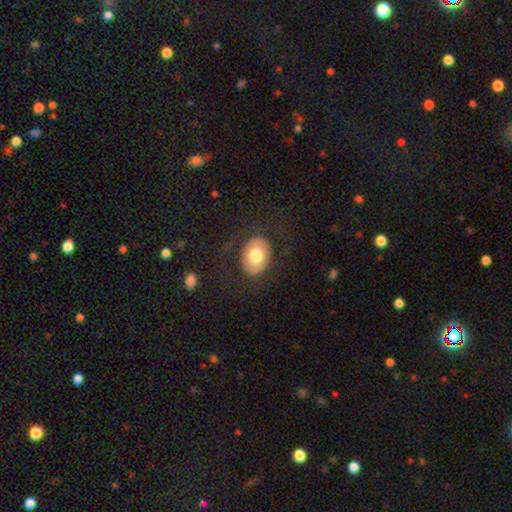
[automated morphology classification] smooth_or_featured: smooth (p=0.72) [alt: featured or disk p=0.22]
how_rounded: in between (p=0.72) [alt: round p=0.27]
merging: none (p=0.81) [alt: minor disturbance p=0.11]